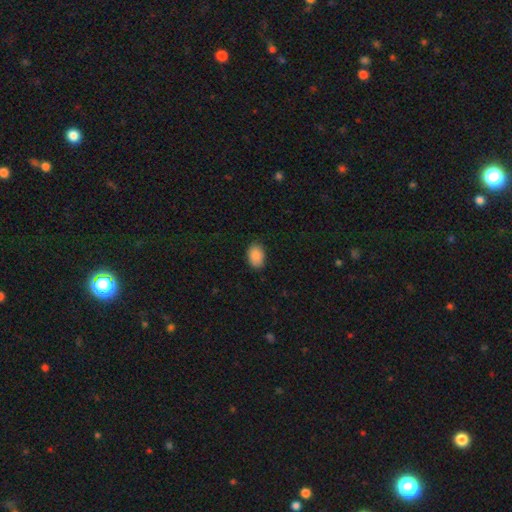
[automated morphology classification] Smooth or featured? smooth (90%)
How rounded? in between (82%)
Merging? none (85%)